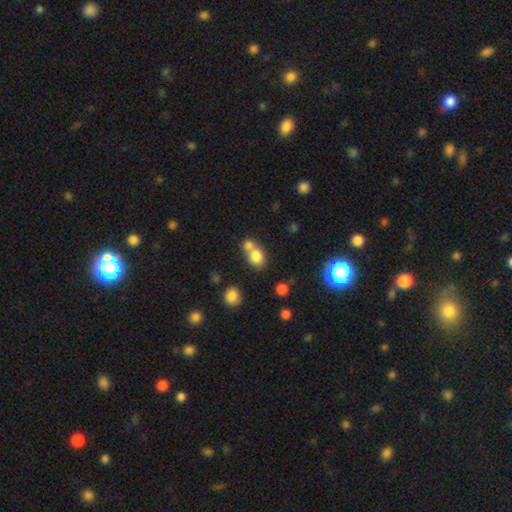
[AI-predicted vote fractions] Smooth or featured: smooth — 79% (star or artifact — 11%)
How rounded: round — 58% (in between — 41%)
Merging: merger — 54% (none — 35%)